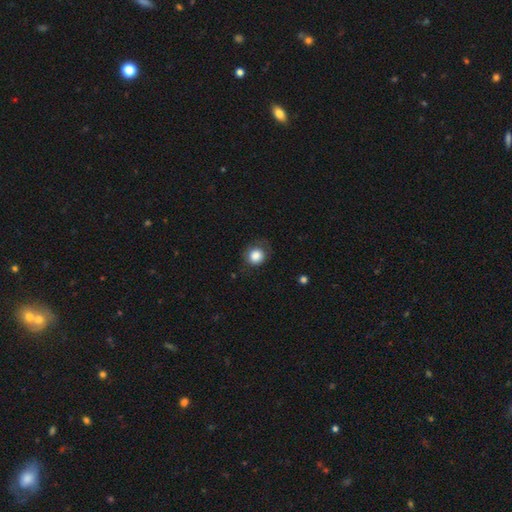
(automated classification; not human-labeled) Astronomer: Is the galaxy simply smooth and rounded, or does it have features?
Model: smooth — 84%.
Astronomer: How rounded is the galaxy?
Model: round — 81%.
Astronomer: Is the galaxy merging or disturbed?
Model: none — 69%.